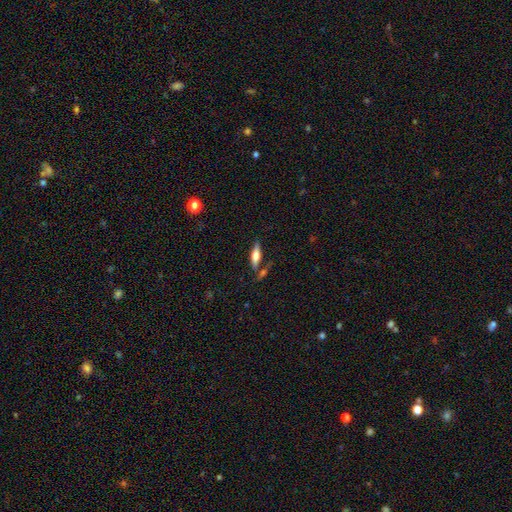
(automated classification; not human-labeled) smooth-or-featured: featured or disk: 47% | smooth: 46% | star or artifact: 7%
  merging: none: 70% | minor disturbance: 13% | merger: 12% | major disturbance: 5%